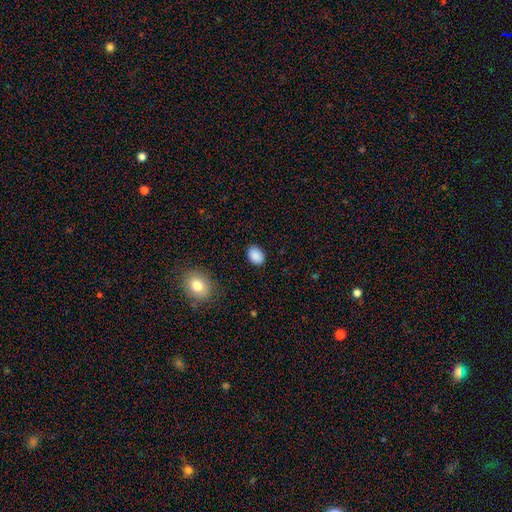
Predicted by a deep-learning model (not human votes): smooth_or_featured: smooth (p=0.89) [alt: star or artifact p=0.08]
how_rounded: in between (p=0.76) [alt: round p=0.23]
merging: none (p=0.87) [alt: minor disturbance p=0.09]